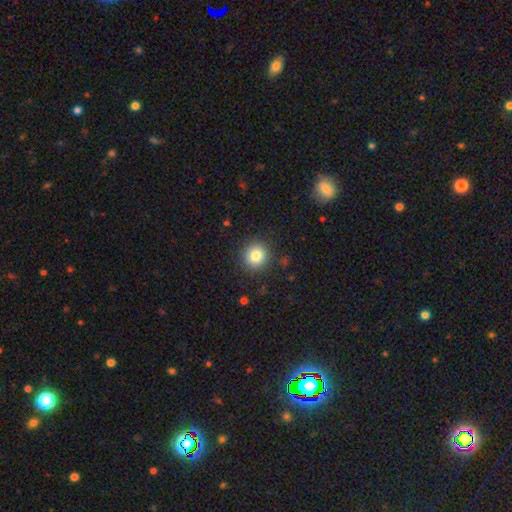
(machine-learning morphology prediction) The model was most divided on "smooth or featured": smooth: 82%, star or artifact: 11%, featured or disk: 7%. More confident: how rounded — round (91%); merging — none (90%).